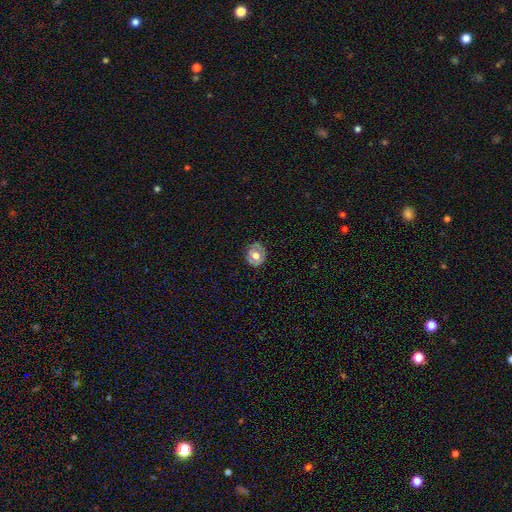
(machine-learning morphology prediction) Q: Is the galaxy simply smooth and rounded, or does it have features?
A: smooth — 56%.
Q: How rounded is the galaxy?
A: round — 70%.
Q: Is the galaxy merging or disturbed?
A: none — 83%.